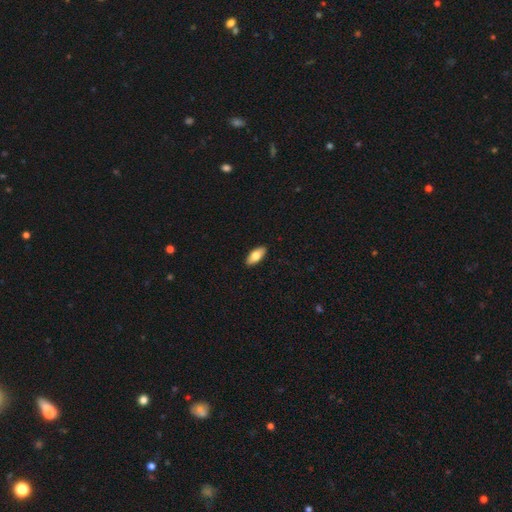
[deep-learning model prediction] A smooth galaxy with no disk features (75%) that is in between round and cigar-shaped (86%). Merging: none (91%).